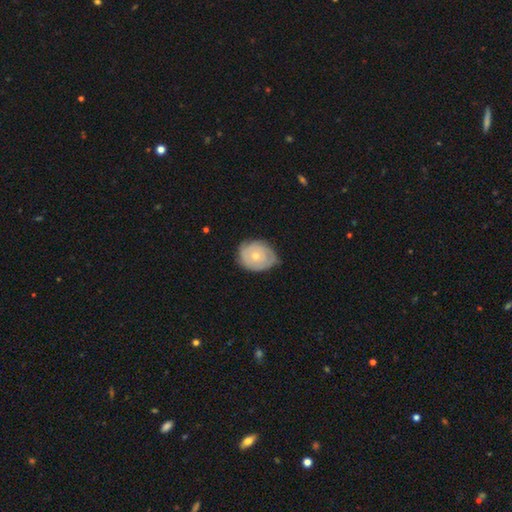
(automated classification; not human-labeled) Smooth or featured?
  - featured or disk: 50% *
  - smooth: 44%
  - star or artifact: 6%
Merging?
  - none: 59% *
  - minor disturbance: 33%
  - major disturbance: 7%
  - merger: 1%